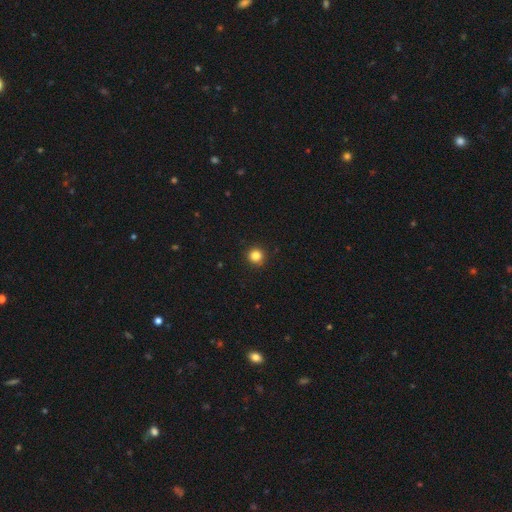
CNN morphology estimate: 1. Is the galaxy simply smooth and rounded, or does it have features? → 84% smooth, 12% star or artifact, 4% featured or disk.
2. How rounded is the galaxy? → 95% round, 4% in between, 1% cigar-shaped.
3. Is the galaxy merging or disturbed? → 93% none, 5% minor disturbance, 2% major disturbance, 1% merger.